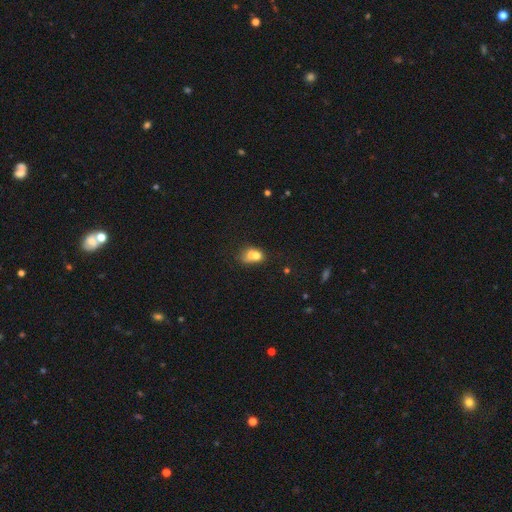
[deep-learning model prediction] smooth 69%, featured or disk 19%, star or artifact 12%. Down the decision tree: how rounded — in between (60%); merging — merger (53%).